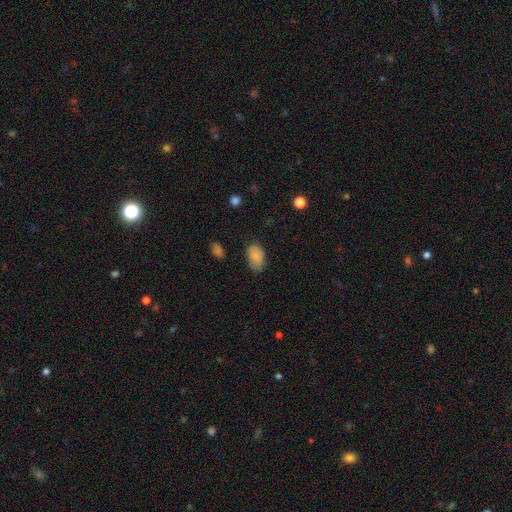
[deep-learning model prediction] Morphology: type=smooth (84%); roundness=in between (89%); merging=none (72%).